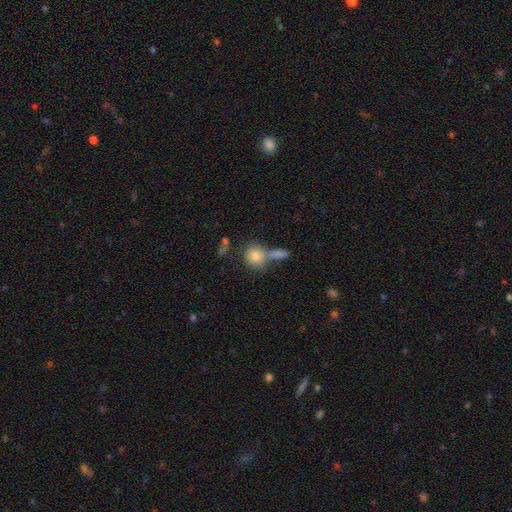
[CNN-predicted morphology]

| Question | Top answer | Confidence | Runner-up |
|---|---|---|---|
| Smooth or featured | smooth | 78% | star or artifact (11%) |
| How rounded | round | 76% | in between (21%) |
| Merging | none | 48% | merger (36%) |